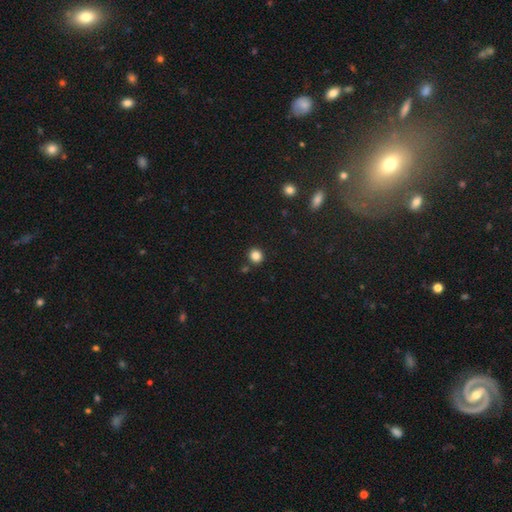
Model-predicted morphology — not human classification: A smooth galaxy with no disk features (85%) that is round (85%).

Vote fractions:
- Smooth or featured? smooth: 85% / star or artifact: 11% / featured or disk: 4%
- How rounded? round: 85% / in between: 14% / cigar-shaped: 1%
- Merging? none: 87% / minor disturbance: 7% / merger: 4% / major disturbance: 2%